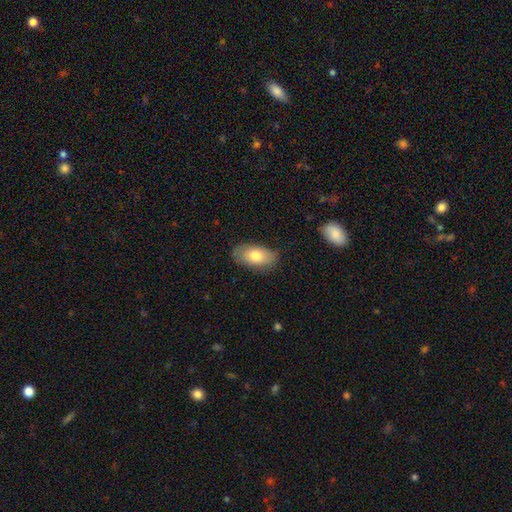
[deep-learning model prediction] smooth 74%, featured or disk 20%, star or artifact 6%. Down the decision tree: how rounded — in between (92%); merging — none (77%).